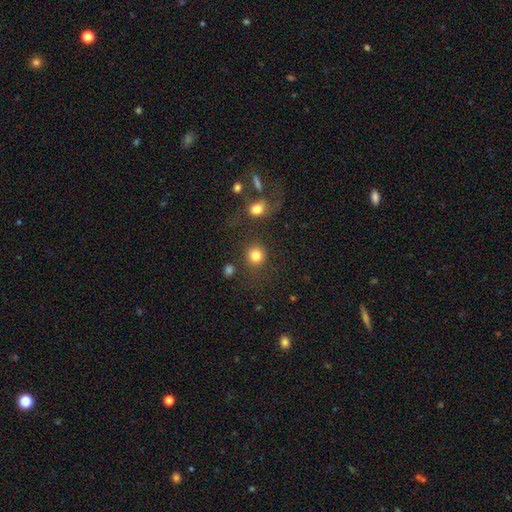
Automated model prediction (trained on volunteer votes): This appears to be a smooth galaxy with no disk features (82%) that is round (89%). Merging: none (78%).